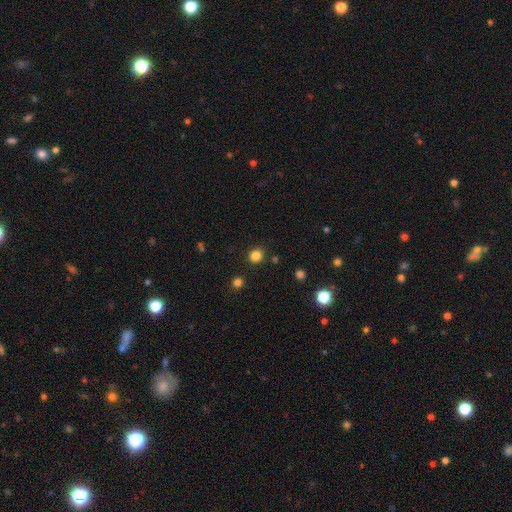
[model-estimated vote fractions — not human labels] Smooth or featured?
  - smooth: 83% *
  - star or artifact: 13%
  - featured or disk: 4%
How rounded?
  - round: 87% *
  - in between: 12%
  - cigar-shaped: 1%
Merging?
  - none: 89% *
  - minor disturbance: 7%
  - merger: 3%
  - major disturbance: 2%